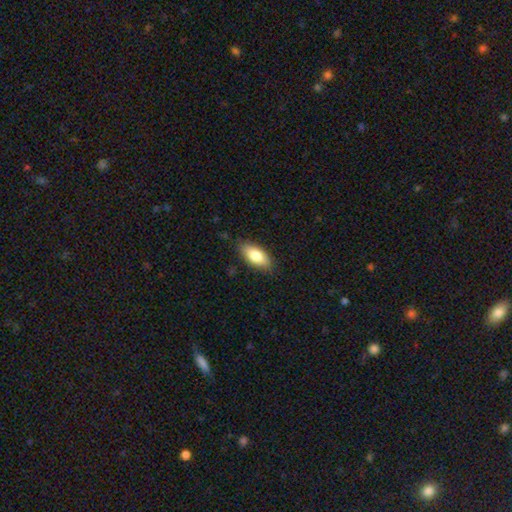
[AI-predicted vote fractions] smooth_or_featured: smooth (p=0.81) [alt: featured or disk p=0.13]
how_rounded: in between (p=0.86) [alt: cigar-shaped p=0.11]
merging: none (p=0.84) [alt: minor disturbance p=0.13]